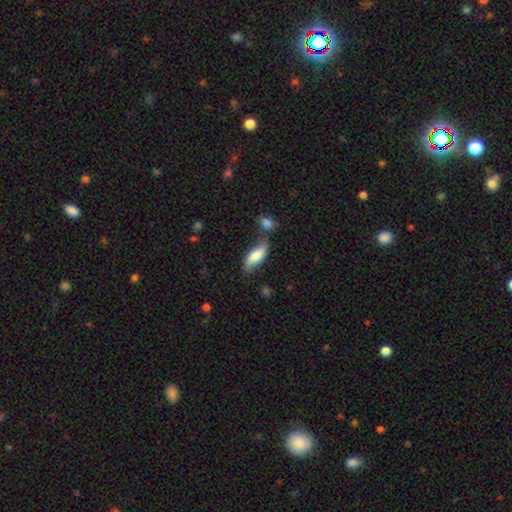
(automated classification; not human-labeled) smooth 78%, featured or disk 16%, star or artifact 6%. Down the decision tree: how rounded — in between (75%); merging — none (54%).